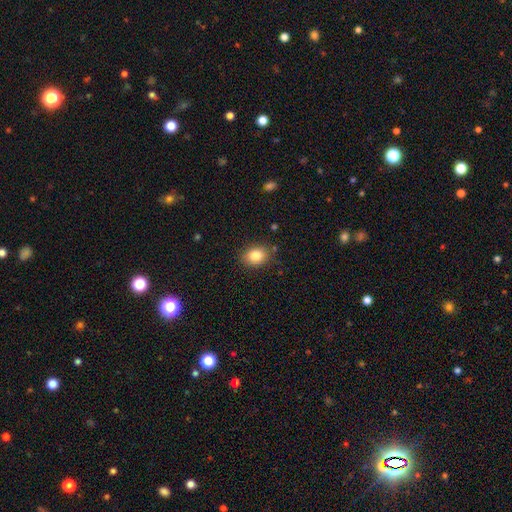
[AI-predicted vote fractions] Overall: smooth (82%). How rounded: in between (59%; round 40%). Merging: none (84%).